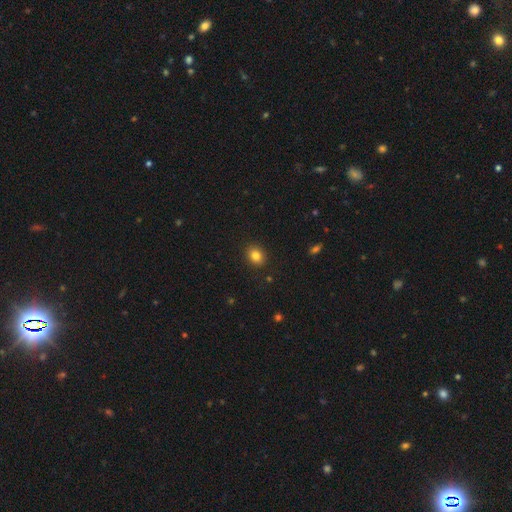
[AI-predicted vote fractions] smooth 83%, star or artifact 11%, featured or disk 6%. Down the decision tree: how rounded — round (58%); merging — none (90%).